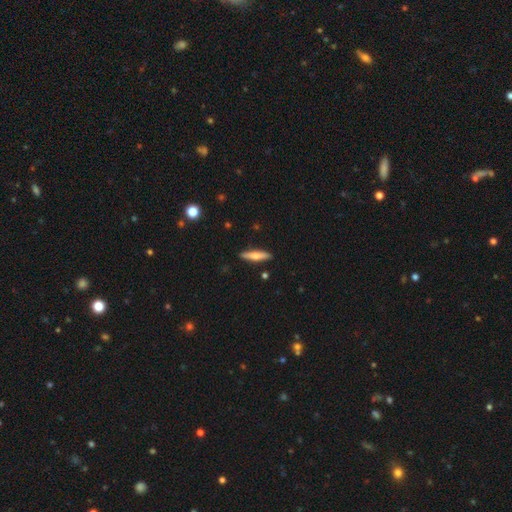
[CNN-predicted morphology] Q: Smooth or featured?
A: smooth (52%); runner-up: featured or disk (42%)
Q: How rounded?
A: cigar-shaped (84%); runner-up: in between (15%)
Q: Merging?
A: none (89%); runner-up: minor disturbance (8%)